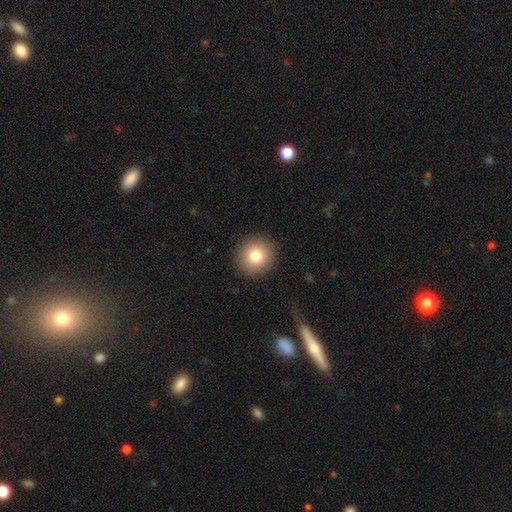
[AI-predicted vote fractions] Smooth or featured? smooth (81%)
How rounded? round (92%)
Merging? none (92%)